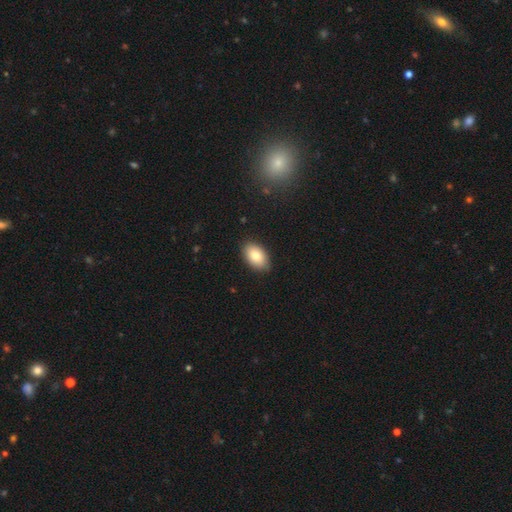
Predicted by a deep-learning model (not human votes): Overall: smooth (83%). How rounded: in between (92%). Merging: none (86%).